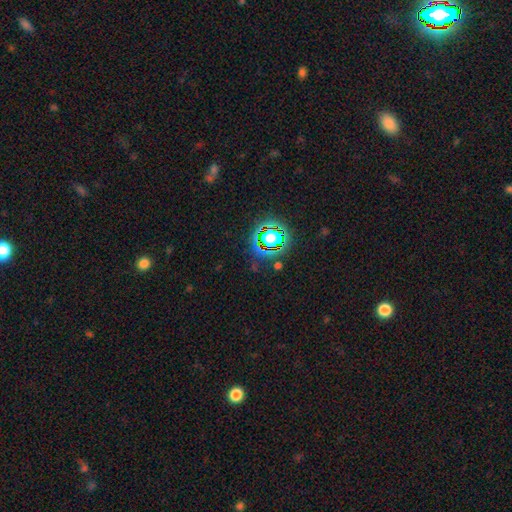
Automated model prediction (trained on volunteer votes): The model was most divided on "smooth or featured": star or artifact: 77%, smooth: 14%, featured or disk: 8%.